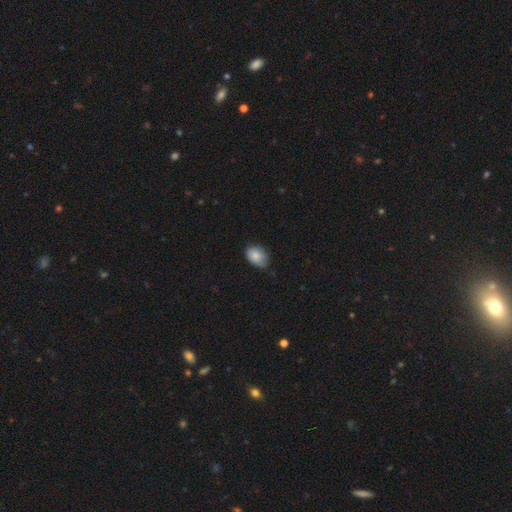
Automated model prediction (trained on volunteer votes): Morphology: type=smooth (85%); roundness=in between (81%); merging=none (66%).